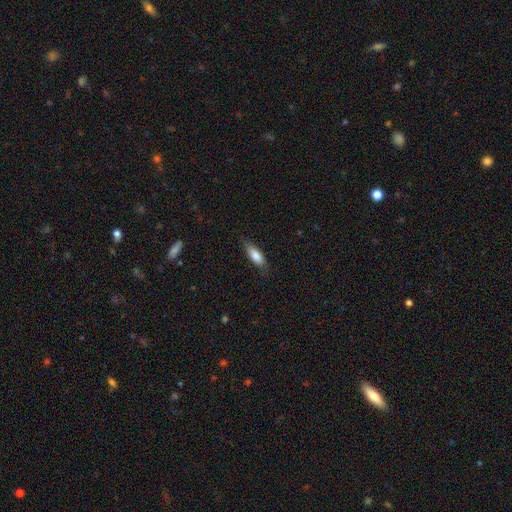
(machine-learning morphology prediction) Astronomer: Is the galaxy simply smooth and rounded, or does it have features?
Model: smooth — 77%.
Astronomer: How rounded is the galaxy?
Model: in between — 62%.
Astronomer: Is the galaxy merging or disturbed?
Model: none — 75%.